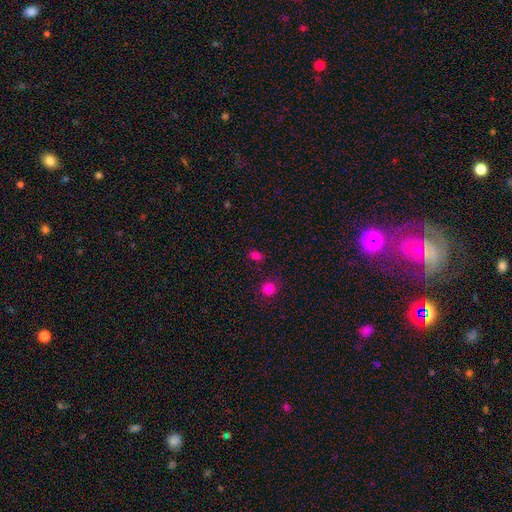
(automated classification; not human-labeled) Smooth or featured?
  - smooth: 76% *
  - star or artifact: 19%
  - featured or disk: 4%
How rounded?
  - in between: 75% *
  - round: 23%
  - cigar-shaped: 2%
Merging?
  - none: 80% *
  - minor disturbance: 12%
  - major disturbance: 4%
  - merger: 4%